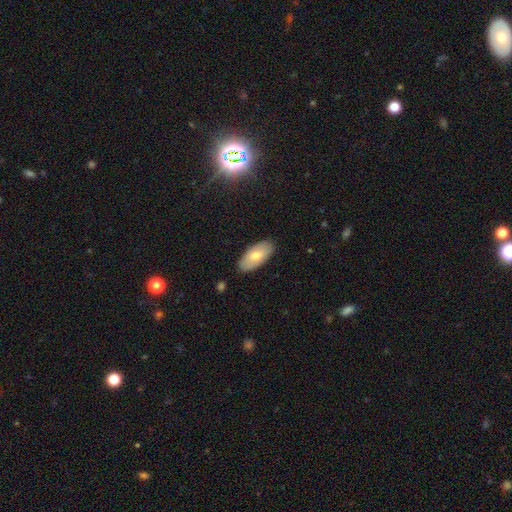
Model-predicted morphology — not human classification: A smooth galaxy with no disk features (73%) that is in between round and cigar-shaped (91%).

Vote fractions:
- Smooth or featured? smooth: 73% / featured or disk: 21% / star or artifact: 7%
- How rounded? in between: 91% / cigar-shaped: 7% / round: 2%
- Merging? none: 87% / minor disturbance: 10% / major disturbance: 2% / merger: 1%